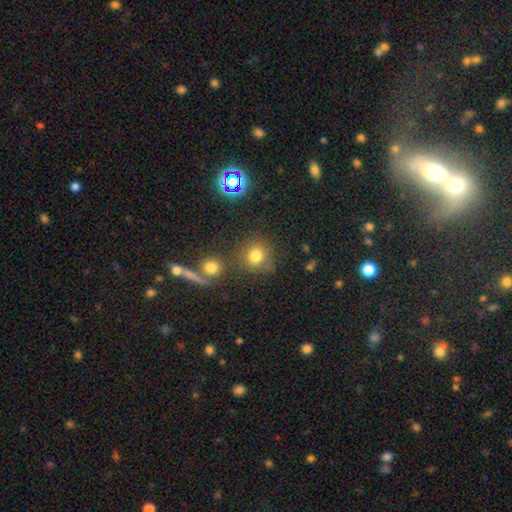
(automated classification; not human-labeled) Overall: smooth (75%). How rounded: round (86%). Merging: none (73%).